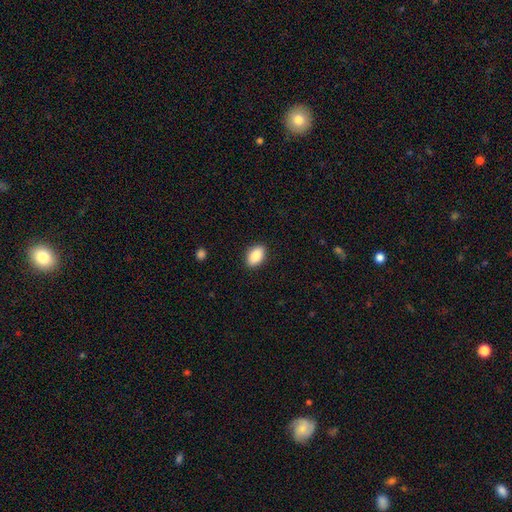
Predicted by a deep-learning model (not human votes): Q: Smooth or featured?
A: smooth (87%); runner-up: star or artifact (7%)
Q: How rounded?
A: in between (90%); runner-up: round (8%)
Q: Merging?
A: none (90%); runner-up: minor disturbance (8%)